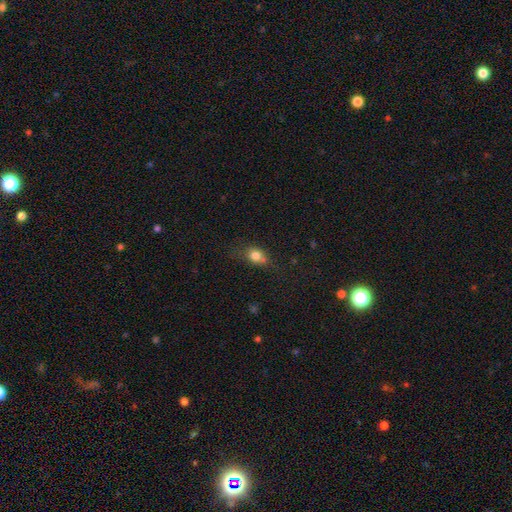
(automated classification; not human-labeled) smooth-or-featured: smooth: 79% | star or artifact: 11% | featured or disk: 10%
  how-rounded: in between: 56% | round: 40% | cigar-shaped: 3%
  merging: none: 52% | minor disturbance: 30% | major disturbance: 11% | merger: 7%